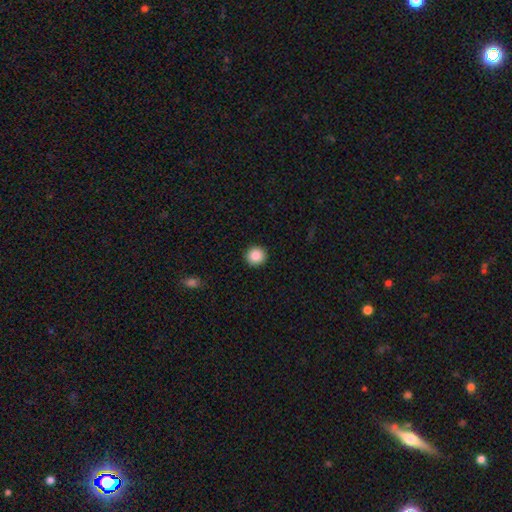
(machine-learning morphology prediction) smooth-or-featured: smooth: 88% | star or artifact: 9% | featured or disk: 4%
  how-rounded: round: 95% | in between: 4% | cigar-shaped: 1%
  merging: none: 93% | minor disturbance: 4% | major disturbance: 2% | merger: 1%